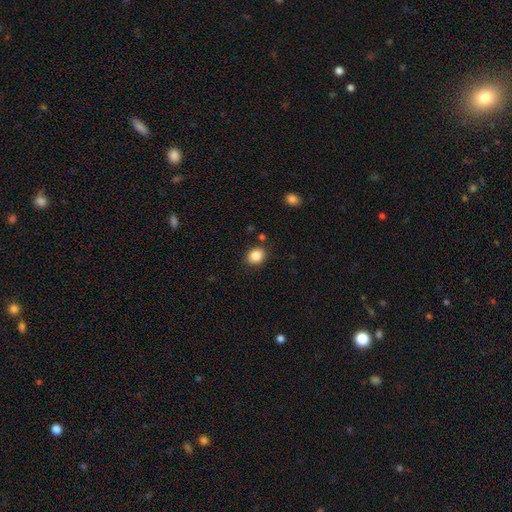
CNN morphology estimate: This is clearly a smooth galaxy (86%). How rounded: possibly round (55%). Merging: clearly none (84%).